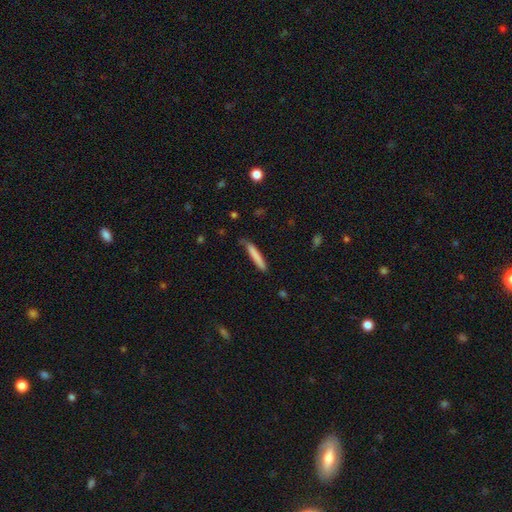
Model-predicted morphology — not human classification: This is likely a smooth galaxy (79%). How rounded: clearly cigar-shaped (94%). Merging: likely none (73%).